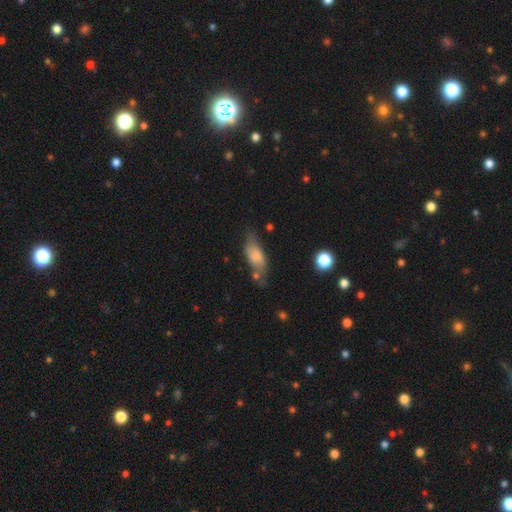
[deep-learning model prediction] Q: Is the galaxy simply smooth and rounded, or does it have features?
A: smooth — 73%.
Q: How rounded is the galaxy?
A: in between — 78%.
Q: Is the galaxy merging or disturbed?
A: none — 48%.